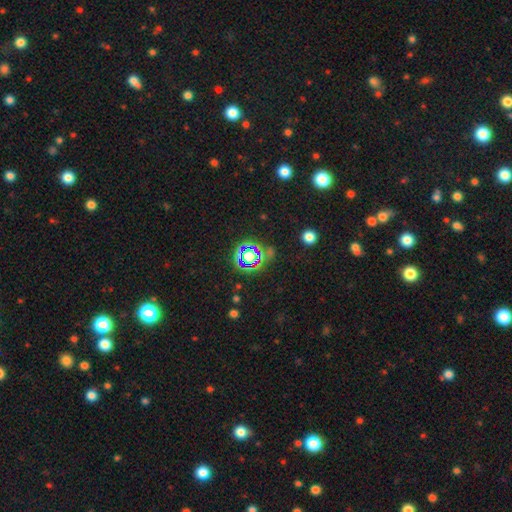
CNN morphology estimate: smooth-or-featured: star or artifact: 77% | smooth: 15% | featured or disk: 7%